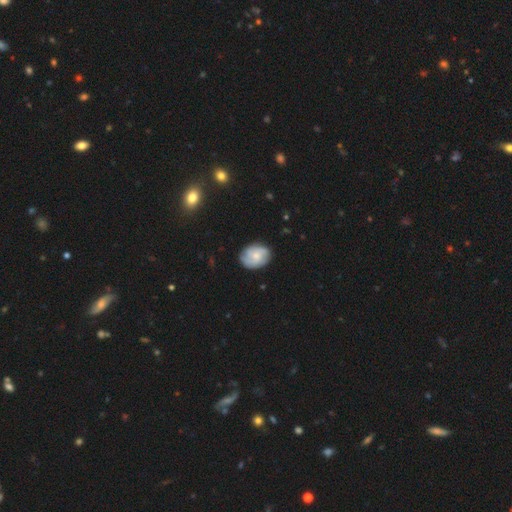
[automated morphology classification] Q: Smooth or featured?
A: smooth (52%); runner-up: featured or disk (41%)
Q: How rounded?
A: in between (62%); runner-up: round (37%)
Q: Merging?
A: none (77%); runner-up: minor disturbance (18%)